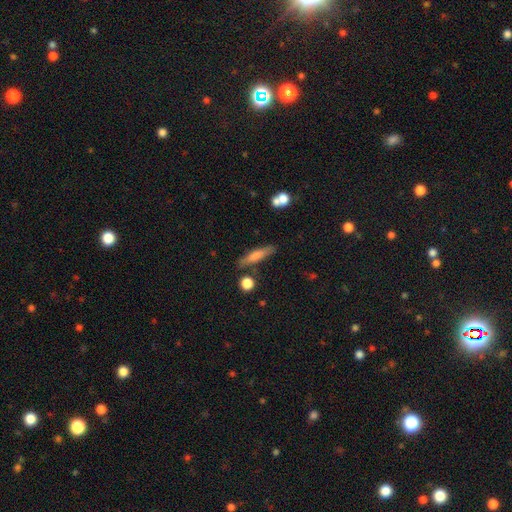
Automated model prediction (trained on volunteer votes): This is likely a smooth galaxy (67%). How rounded: clearly cigar-shaped (81%). Merging: likely none (76%).